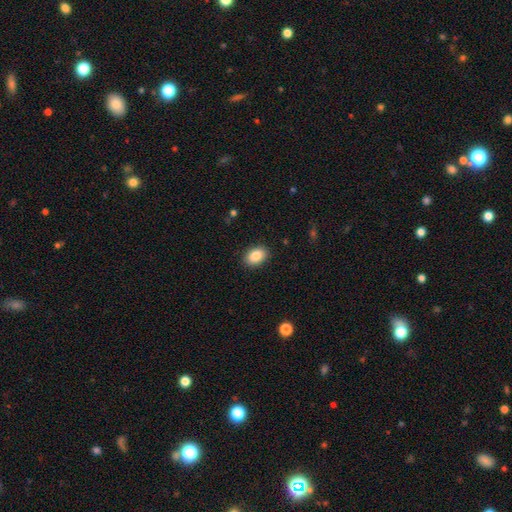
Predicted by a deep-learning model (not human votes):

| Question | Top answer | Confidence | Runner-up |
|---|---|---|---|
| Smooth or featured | smooth | 87% | star or artifact (8%) |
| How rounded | in between | 82% | round (17%) |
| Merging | none | 89% | minor disturbance (8%) |